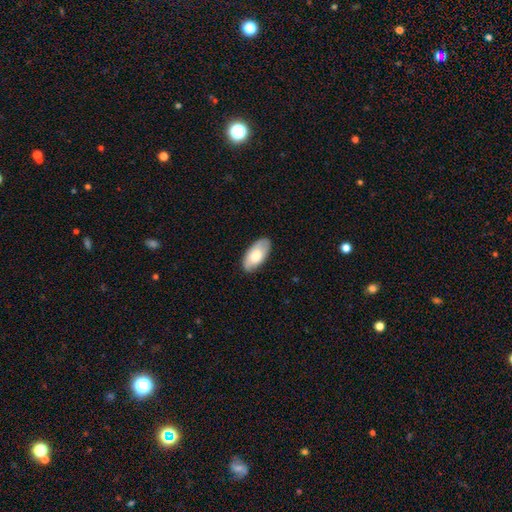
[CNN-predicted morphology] smooth-or-featured: smooth: 69% | featured or disk: 25% | star or artifact: 6%
  how-rounded: in between: 94% | cigar-shaped: 4% | round: 2%
  merging: none: 84% | minor disturbance: 13% | major disturbance: 3% | merger: 1%